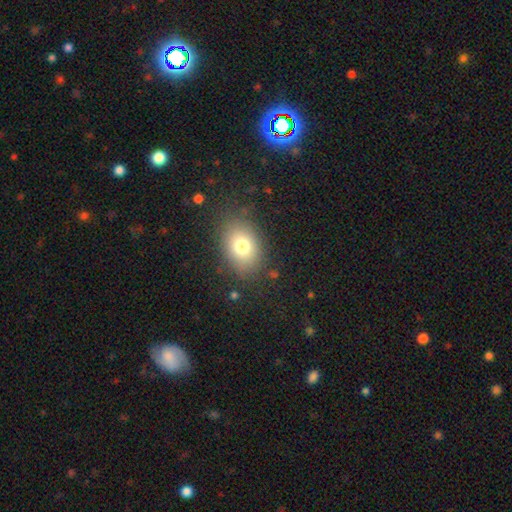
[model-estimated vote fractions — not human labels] Morphology: type=smooth (70%); roundness=in between (70%); merging=none (84%).